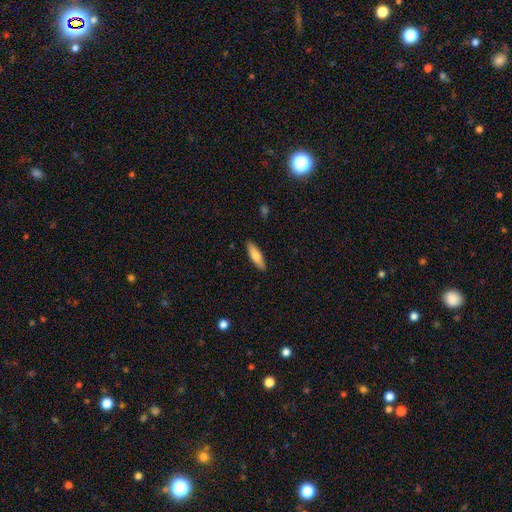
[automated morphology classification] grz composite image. It shows a smooth galaxy with no disk features (71%) that is cigar-shaped (58%). Merging: none (89%).